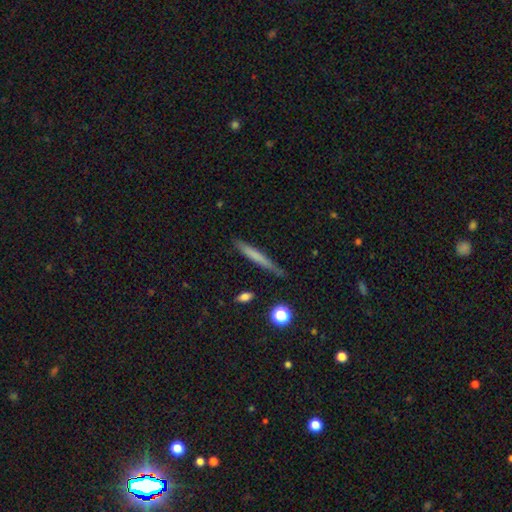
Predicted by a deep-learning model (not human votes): This is likely a smooth galaxy (63%). How rounded: clearly cigar-shaped (95%). Merging: clearly none (82%).